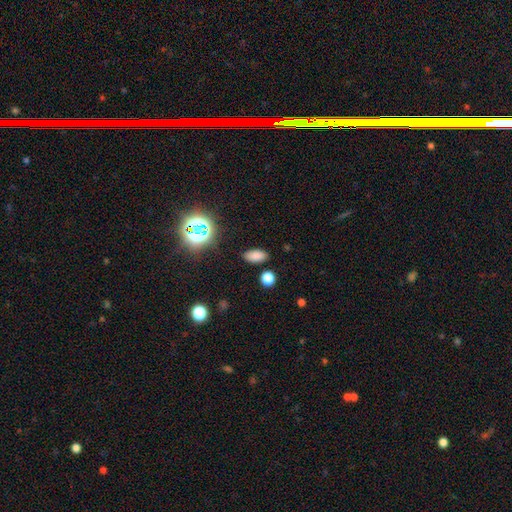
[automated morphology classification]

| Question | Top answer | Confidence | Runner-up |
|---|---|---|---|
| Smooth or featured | smooth | 79% | star or artifact (15%) |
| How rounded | in between | 89% | round (6%) |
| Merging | none | 86% | minor disturbance (9%) |